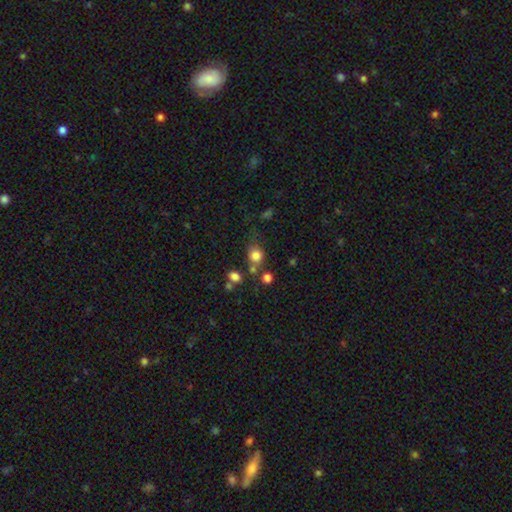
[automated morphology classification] The model was most divided on "merging": none: 54%, merger: 18%, minor disturbance: 18%, major disturbance: 9%. More confident: smooth or featured — smooth (79%); how rounded — round (72%).